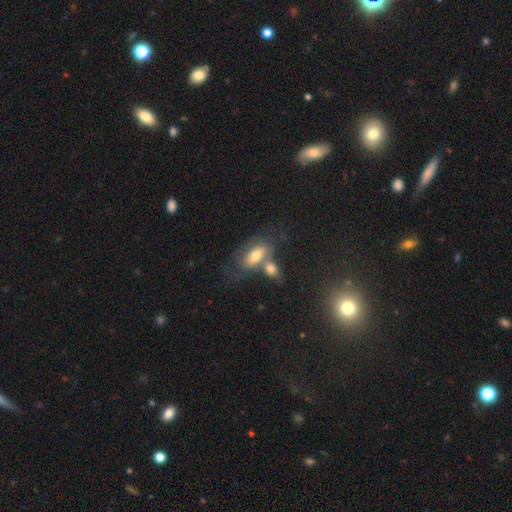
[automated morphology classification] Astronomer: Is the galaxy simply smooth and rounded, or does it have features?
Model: smooth — 59%.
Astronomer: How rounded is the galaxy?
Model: in between — 86%.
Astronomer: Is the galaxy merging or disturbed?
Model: merger — 49% (runner-up: none, 29%).